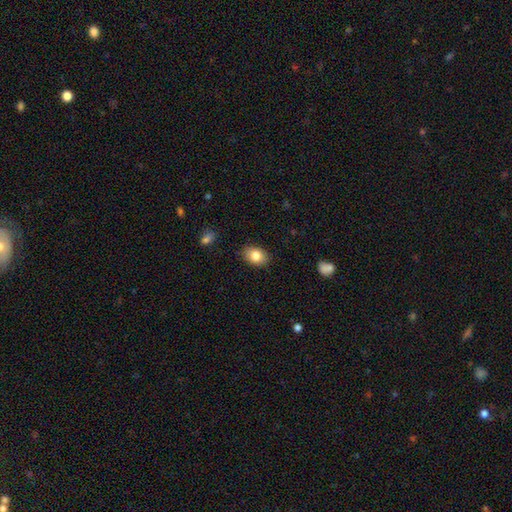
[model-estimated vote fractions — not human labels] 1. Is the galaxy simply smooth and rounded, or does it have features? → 83% smooth, 9% featured or disk, 8% star or artifact.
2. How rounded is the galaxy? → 79% in between, 20% round, 1% cigar-shaped.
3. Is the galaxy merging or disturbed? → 86% none, 10% minor disturbance, 2% major disturbance, 1% merger.